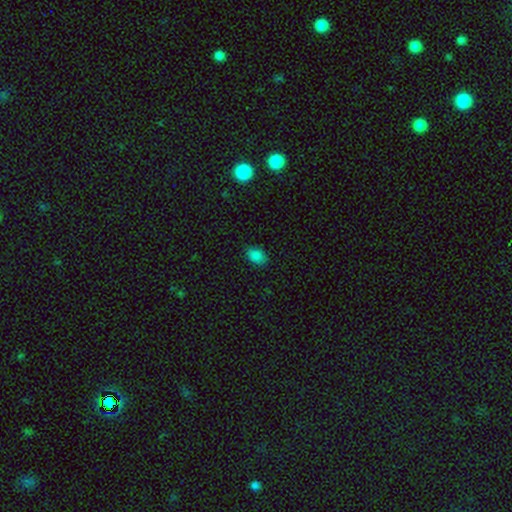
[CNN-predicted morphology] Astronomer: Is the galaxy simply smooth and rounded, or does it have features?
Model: smooth — 85%.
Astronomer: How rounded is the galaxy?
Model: in between — 85%.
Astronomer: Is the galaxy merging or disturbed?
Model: none — 85%.